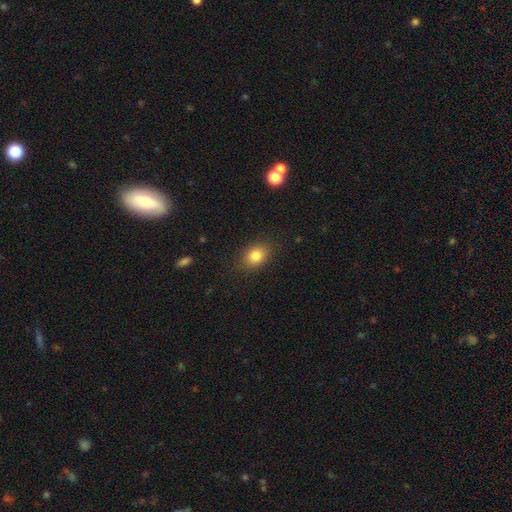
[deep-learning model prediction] smooth 82%, star or artifact 10%, featured or disk 8%. Down the decision tree: how rounded — in between (67%); merging — none (86%).